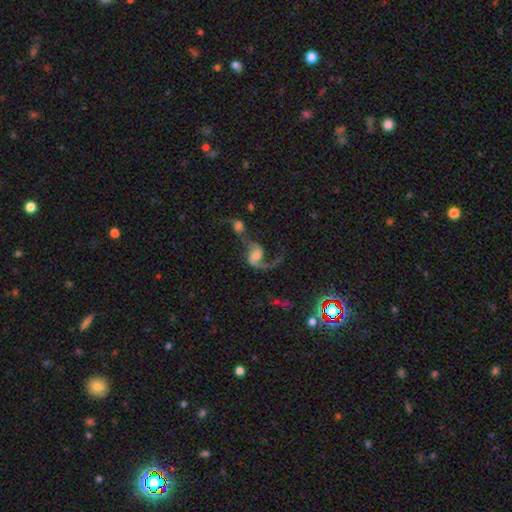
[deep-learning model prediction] smooth-or-featured: featured or disk: 76% | smooth: 15% | star or artifact: 9%
  disk-edge-on: no: 97% | yes: 3%
    bar: no: 57% | weak: 34% | strong: 9%
    has-spiral-arms: yes: 90% | no: 10%
      spiral-winding: loose: 73% | medium: 22% | tight: 5%
      spiral-arm-count: 2: 56% | 1: 38% | can't tell: 3% | 3: 1% | 4: 1% | more than 4: 1%
    bulge-size: moderate: 41% | small: 32% | large: 13% | none: 12% | dominant: 3%
  merging: merger: 54% | major disturbance: 21% | none: 18% | minor disturbance: 8%